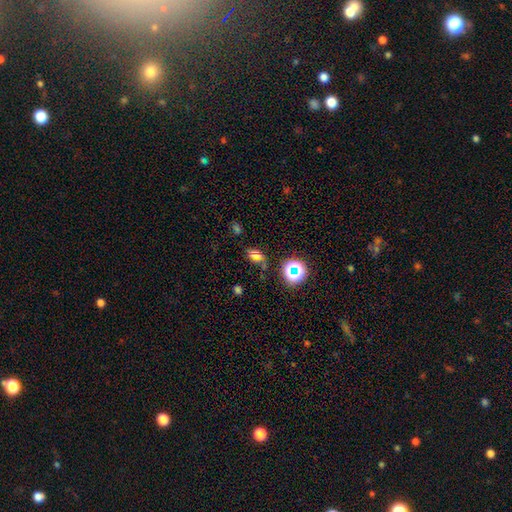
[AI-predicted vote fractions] This appears to be a smooth galaxy with no disk features (63%) that is in between round and cigar-shaped (78%). Merging: none (64%).